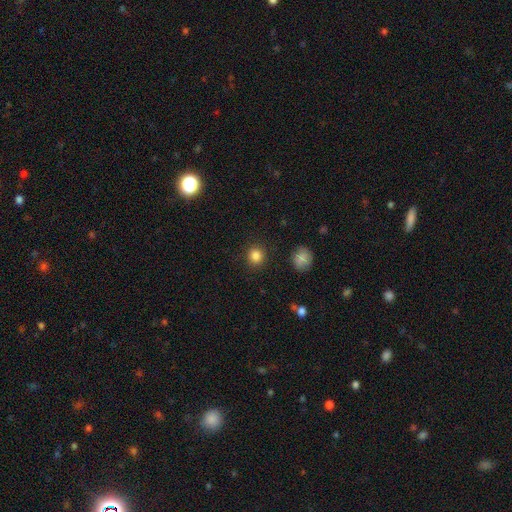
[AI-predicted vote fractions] This is clearly a smooth galaxy (85%). How rounded: clearly round (89%). Merging: clearly none (90%).